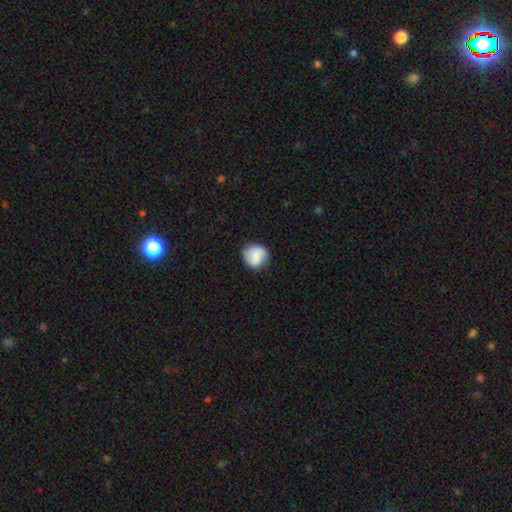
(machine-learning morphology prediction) Smooth or featured? smooth (58%)
How rounded? round (83%)
Merging? none (76%)